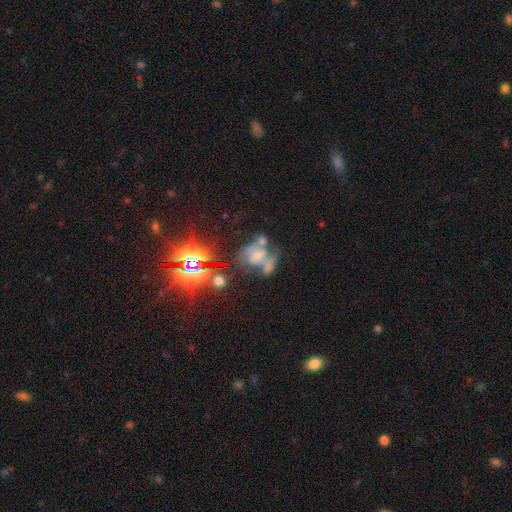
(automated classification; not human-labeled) This appears to be a featured or disk galaxy (46%). Merging: merger (36%).